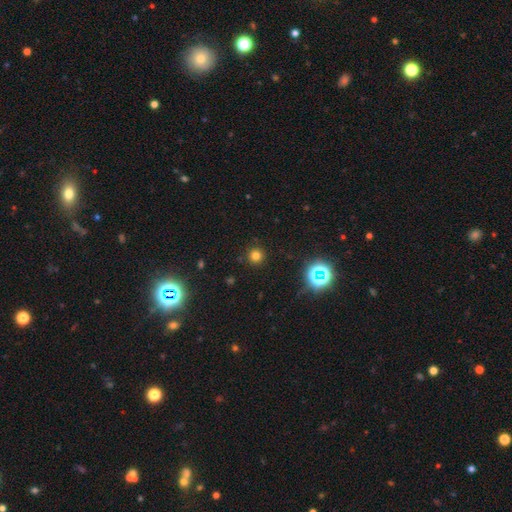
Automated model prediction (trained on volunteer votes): Smooth or featured?
  - smooth: 73% *
  - star or artifact: 21%
  - featured or disk: 6%
How rounded?
  - round: 95% *
  - in between: 4%
  - cigar-shaped: 1%
Merging?
  - none: 91% *
  - minor disturbance: 5%
  - major disturbance: 2%
  - merger: 1%